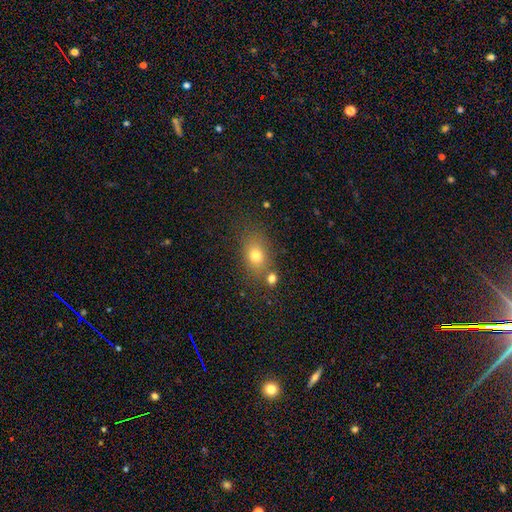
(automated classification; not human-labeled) smooth_or_featured: smooth (p=0.73) [alt: star or artifact p=0.16]
how_rounded: in between (p=0.65) [alt: round p=0.32]
merging: none (p=0.71) [alt: minor disturbance p=0.13]